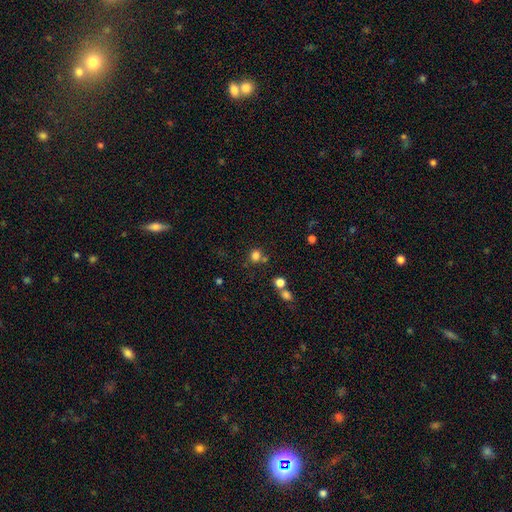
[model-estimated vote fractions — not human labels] This is likely a smooth galaxy (78%). How rounded: clearly round (81%). Merging: likely none (66%).